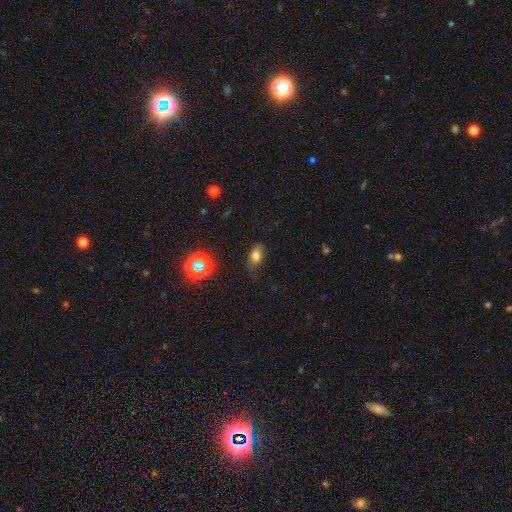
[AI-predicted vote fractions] The model was most divided on "merging": none: 69%, minor disturbance: 22%, major disturbance: 7%, merger: 2%. More confident: how rounded — in between (84%); smooth or featured — smooth (75%).